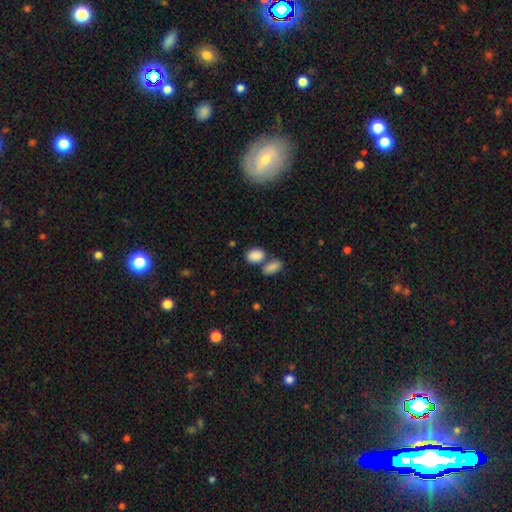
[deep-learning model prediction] Overall: smooth (88%). How rounded: in between (84%). Merging: none (51%; merger 35%).